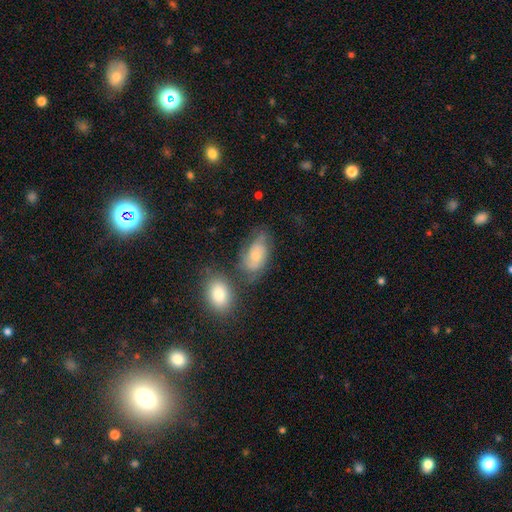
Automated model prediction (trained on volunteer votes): A smooth galaxy with no disk features (54%) that is in between round and cigar-shaped (89%).

Vote fractions:
- Smooth or featured? smooth: 54% / featured or disk: 36% / star or artifact: 9%
- How rounded? in between: 89% / round: 8% / cigar-shaped: 3%
- Merging? none: 47% / minor disturbance: 24% / merger: 17% / major disturbance: 12%